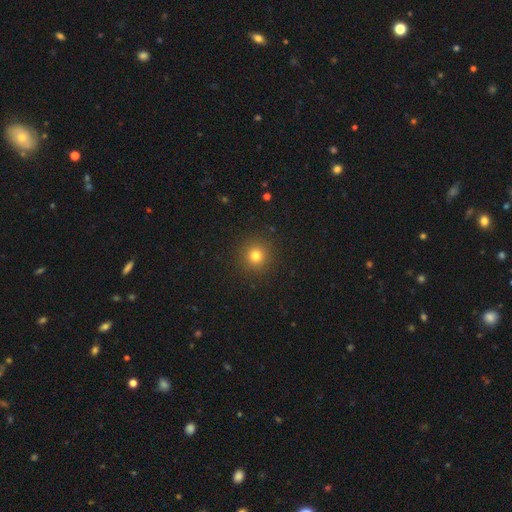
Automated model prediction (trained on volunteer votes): Q: Smooth or featured?
A: smooth (78%); runner-up: star or artifact (15%)
Q: How rounded?
A: round (95%); runner-up: in between (4%)
Q: Merging?
A: none (91%); runner-up: minor disturbance (5%)